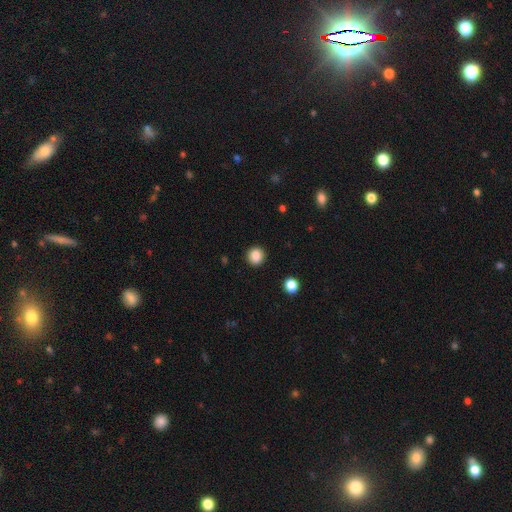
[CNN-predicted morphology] Smooth or featured: smooth — 86% (star or artifact — 10%)
How rounded: round — 89% (in between — 10%)
Merging: none — 91% (minor disturbance — 6%)